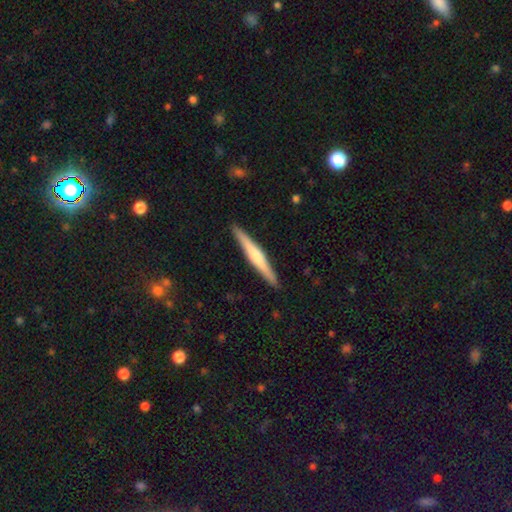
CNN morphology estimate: Smooth or featured: featured or disk — 58% (smooth — 38%)
Edge-on disk: yes — 98% (no — 2%)
Edge-on bulge: rounded — 70% (none — 21%)
Merging: none — 91% (minor disturbance — 6%)